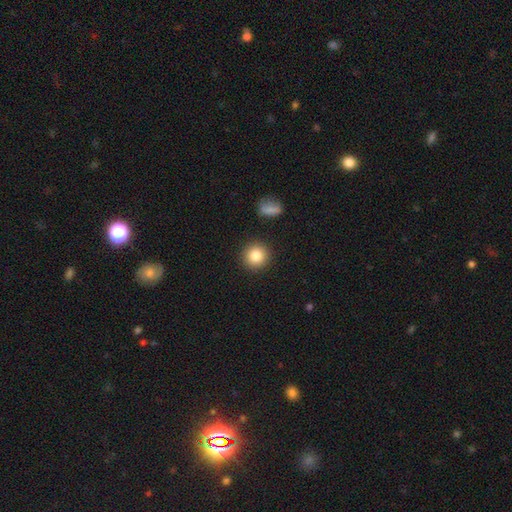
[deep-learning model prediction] smooth-or-featured: smooth: 84% | star or artifact: 9% | featured or disk: 7%
  how-rounded: round: 92% | in between: 7% | cigar-shaped: 1%
  merging: none: 90% | minor disturbance: 6% | merger: 2% | major disturbance: 2%